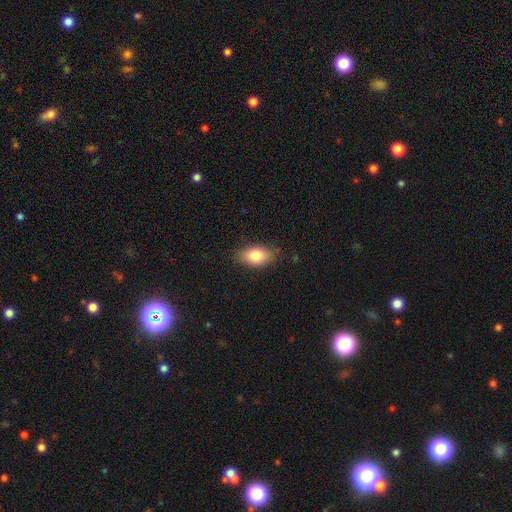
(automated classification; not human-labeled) smooth-or-featured: smooth: 80% | featured or disk: 12% | star or artifact: 8%
  how-rounded: in between: 88% | round: 8% | cigar-shaped: 3%
  merging: none: 83% | minor disturbance: 13% | major disturbance: 3% | merger: 1%